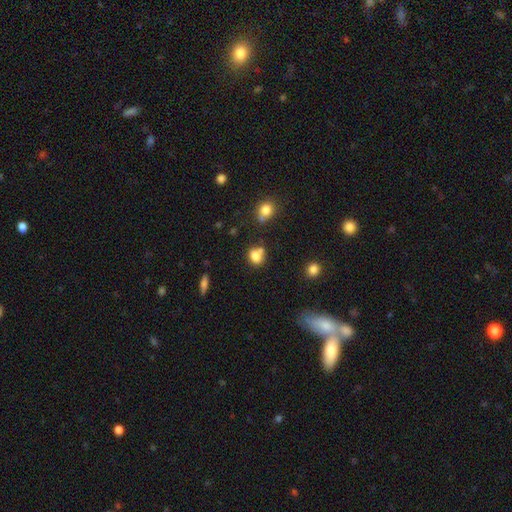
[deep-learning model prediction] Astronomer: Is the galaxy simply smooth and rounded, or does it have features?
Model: smooth — 79%.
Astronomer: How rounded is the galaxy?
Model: round — 57% (runner-up: in between, 42%).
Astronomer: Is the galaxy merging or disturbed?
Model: none — 50% (runner-up: merger, 30%).